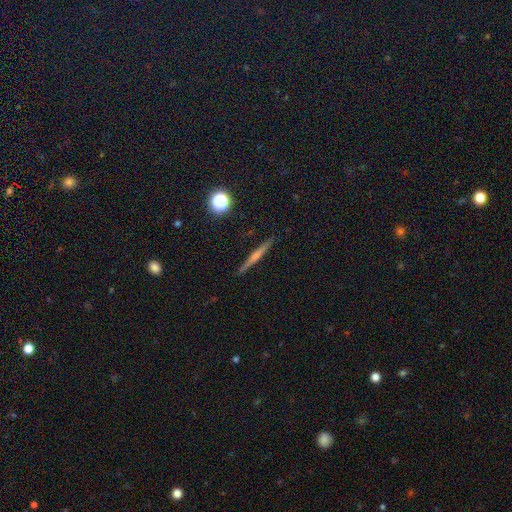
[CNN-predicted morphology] Smooth or featured? Predicted: featured or disk (p=0.58). Edge-on disk? Predicted: yes (p=0.98). Edge-on bulge? Predicted: rounded (p=0.53). Merging? Predicted: none (p=0.92).